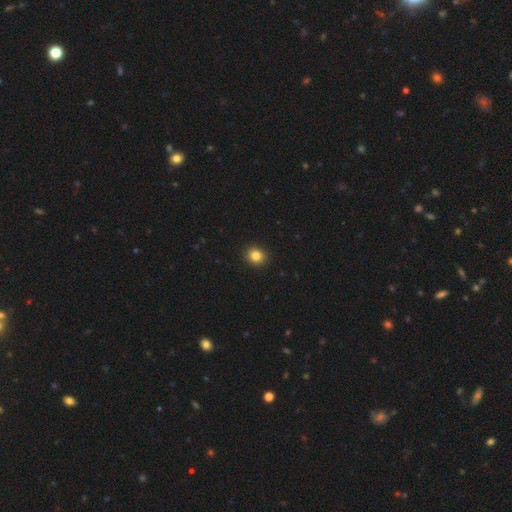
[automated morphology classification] Smooth or featured? smooth (85%)
How rounded? round (77%)
Merging? none (92%)